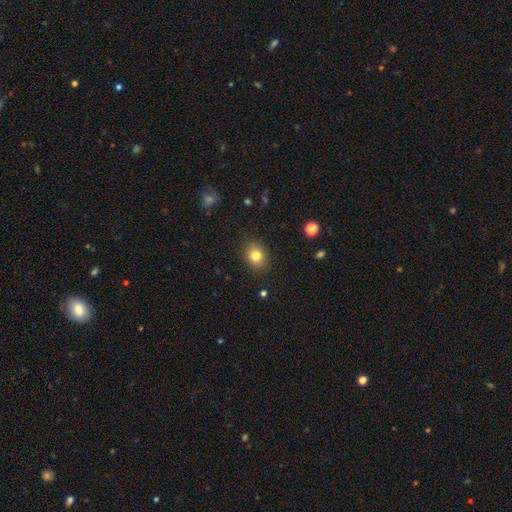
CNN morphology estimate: smooth-or-featured: smooth: 82% | star or artifact: 11% | featured or disk: 8%
  how-rounded: round: 57% | in between: 43% | cigar-shaped: 1%
  merging: none: 87% | minor disturbance: 9% | major disturbance: 2% | merger: 1%